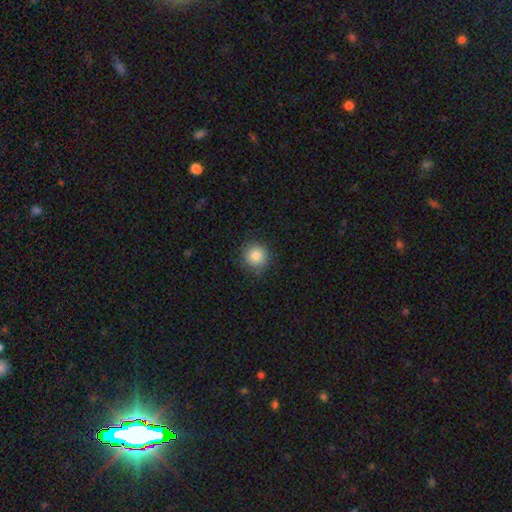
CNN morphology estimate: Smooth or featured: smooth — 85% (star or artifact — 9%)
How rounded: round — 93% (in between — 6%)
Merging: none — 84% (minor disturbance — 12%)